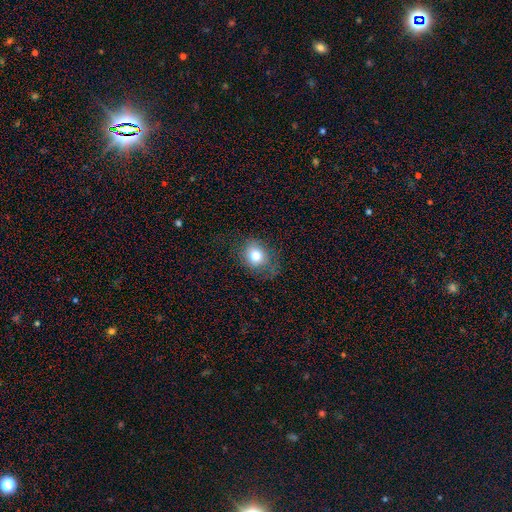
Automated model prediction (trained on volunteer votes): smooth-or-featured: smooth: 76% | featured or disk: 13% | star or artifact: 11%
  how-rounded: round: 63% | in between: 36% | cigar-shaped: 1%
  merging: none: 65% | minor disturbance: 22% | major disturbance: 12% | merger: 1%